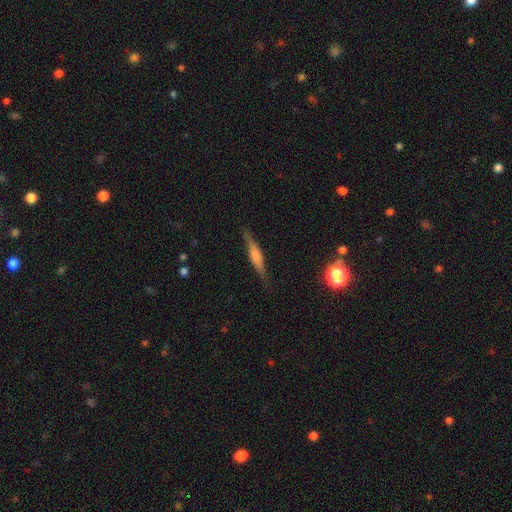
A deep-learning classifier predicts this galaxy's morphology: type=featured or disk (48%); merging=none (84%).